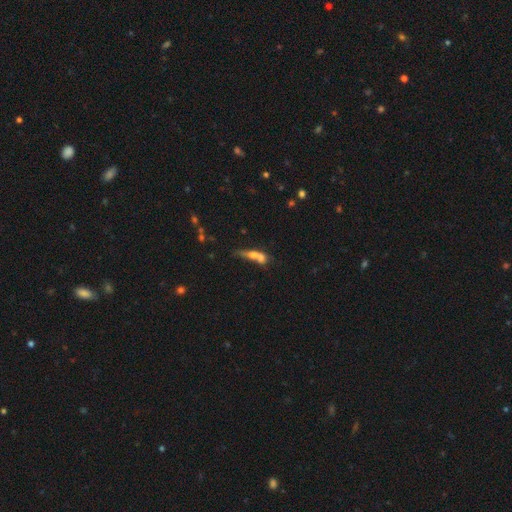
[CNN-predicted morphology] Smooth or featured: smooth — 52% (featured or disk — 37%)
How rounded: cigar-shaped — 55% (in between — 33%)
Merging: merger — 55% (none — 25%)